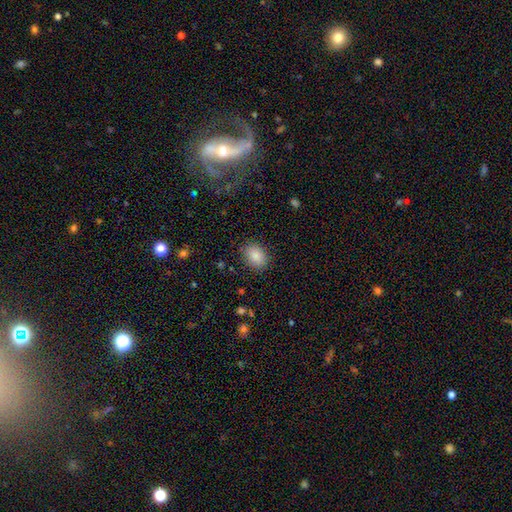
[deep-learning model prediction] Smooth or featured? smooth (88%)
How rounded? in between (72%)
Merging? none (86%)